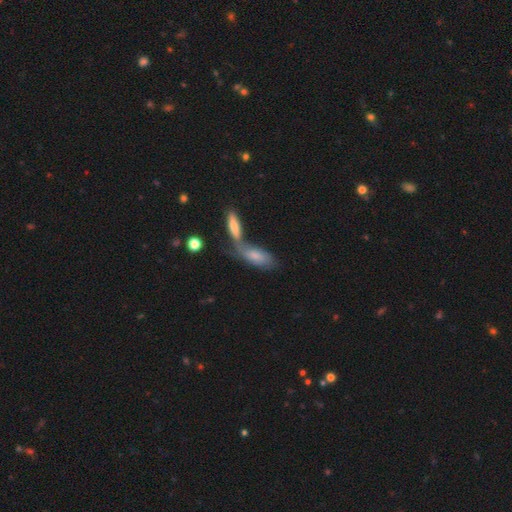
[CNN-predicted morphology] Q: Smooth or featured?
A: smooth (68%); runner-up: featured or disk (25%)
Q: How rounded?
A: in between (74%); runner-up: cigar-shaped (23%)
Q: Merging?
A: merger (55%); runner-up: none (28%)